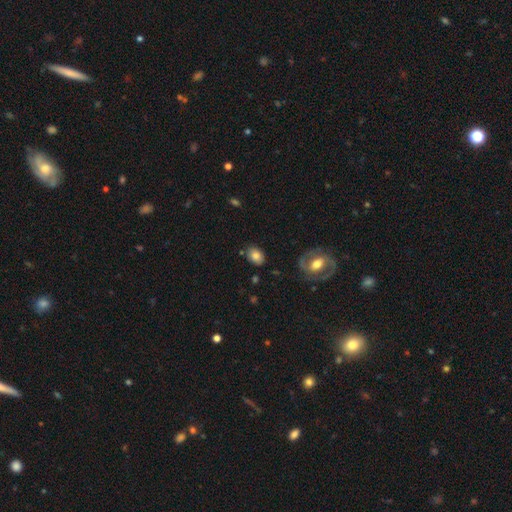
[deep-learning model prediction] The model was most divided on "how rounded": in between: 70%, round: 29%, cigar-shaped: 1%. More confident: merging — none (81%); smooth or featured — smooth (78%).